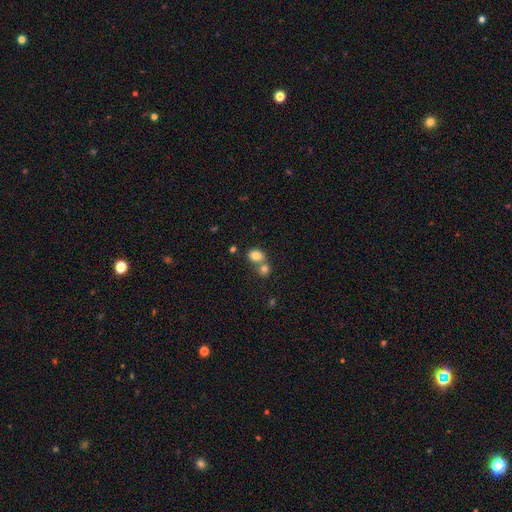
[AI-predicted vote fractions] Smooth or featured: smooth — 80% (star or artifact — 11%)
How rounded: round — 51% (in between — 48%)
Merging: merger — 48% (none — 41%)